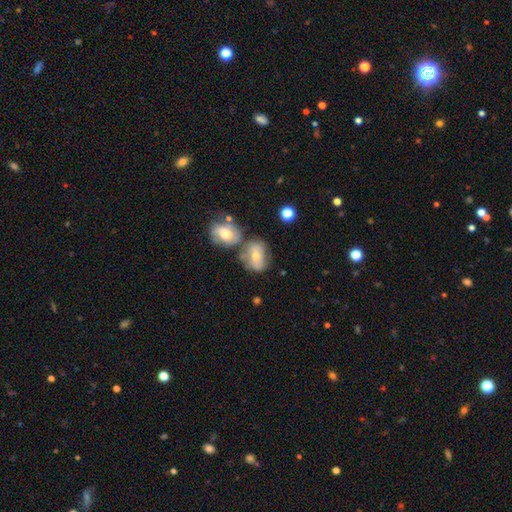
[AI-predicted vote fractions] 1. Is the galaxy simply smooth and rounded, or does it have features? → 54% smooth, 37% featured or disk, 9% star or artifact.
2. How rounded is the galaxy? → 55% in between, 43% round, 2% cigar-shaped.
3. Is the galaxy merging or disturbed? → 41% none, 35% merger, 17% minor disturbance, 8% major disturbance.